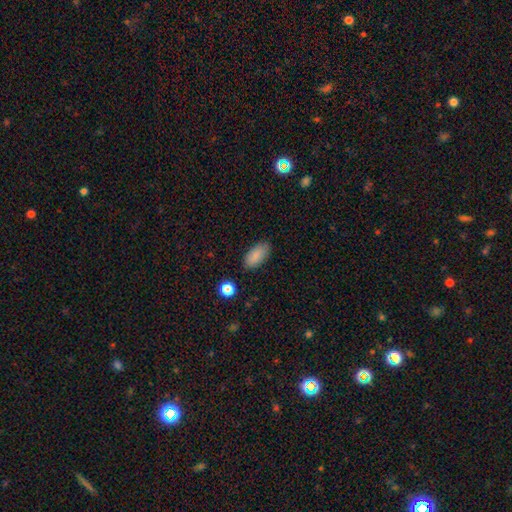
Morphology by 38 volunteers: Smooth or featured: smooth — 87% (featured or disk — 8%)
How rounded: in between — 100%
Merging: none — 83% (minor disturbance — 14%)